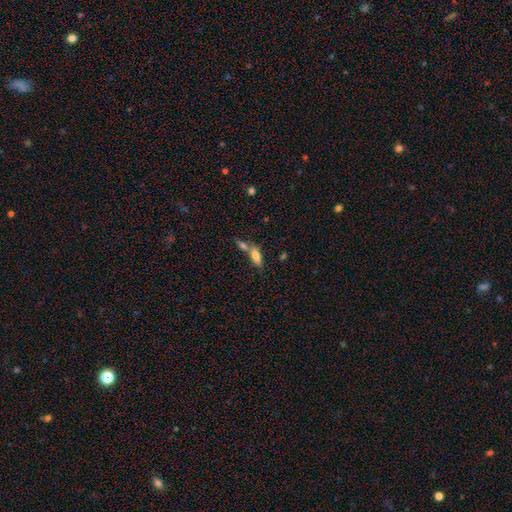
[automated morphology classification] The model was most divided on "merging": merger: 47%, none: 38%, minor disturbance: 10%, major disturbance: 5%. More confident: smooth or featured — smooth (72%); how rounded — in between (69%).